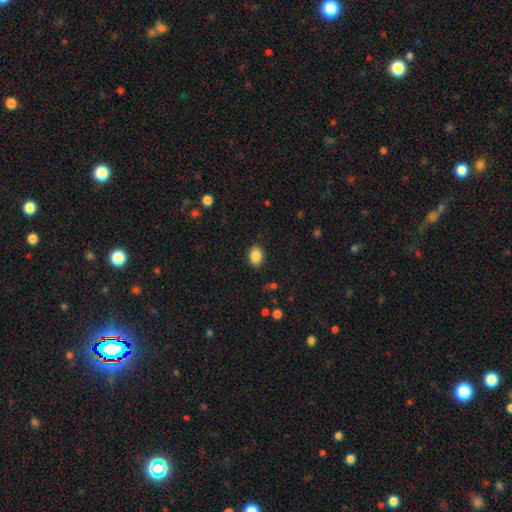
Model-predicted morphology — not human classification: This appears to be a smooth galaxy with no disk features (87%) that is in between round and cigar-shaped (76%). Merging: none (88%).